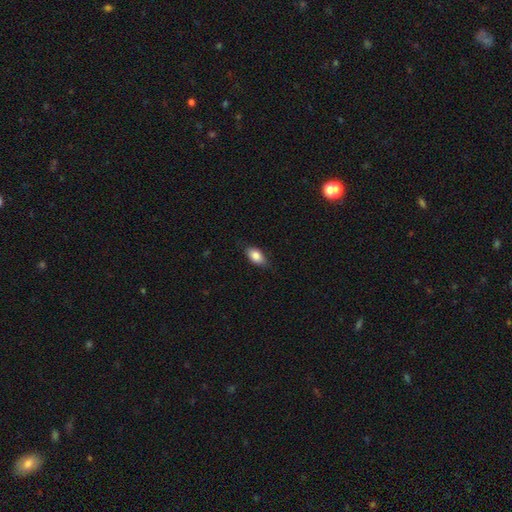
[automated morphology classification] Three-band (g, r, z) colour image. It shows a smooth galaxy with no disk features (83%) that is in between round and cigar-shaped (90%). Merging: none (79%).